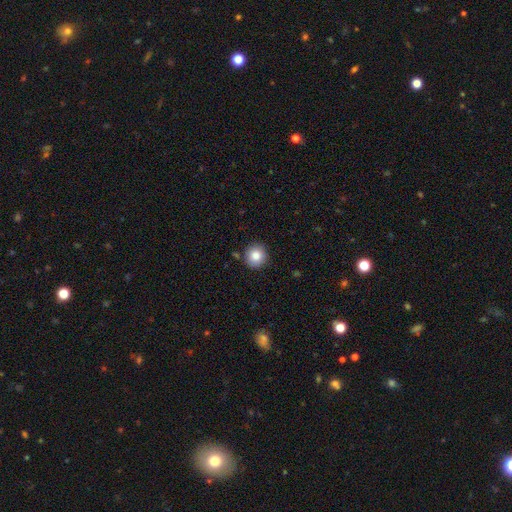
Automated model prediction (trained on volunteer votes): Overall: smooth (84%). How rounded: round (92%). Merging: none (88%).